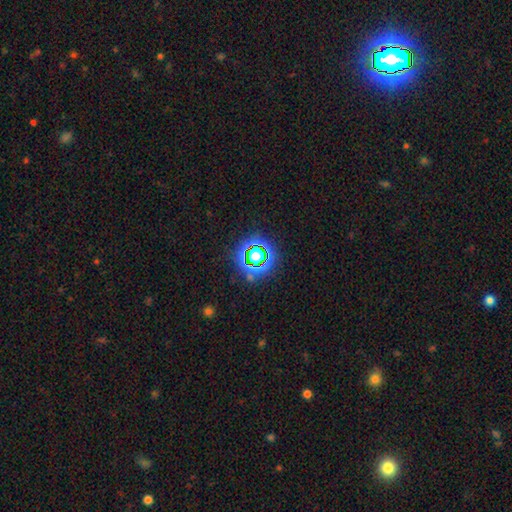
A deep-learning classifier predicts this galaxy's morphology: type=star or artifact (72%).